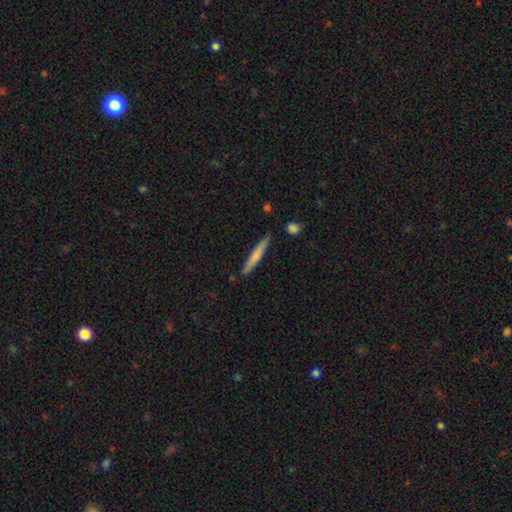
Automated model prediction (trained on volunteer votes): smooth-or-featured: smooth: 63% | featured or disk: 32% | star or artifact: 5%
  how-rounded: cigar-shaped: 95% | in between: 4% | round: 1%
  merging: none: 86% | minor disturbance: 10% | merger: 2% | major disturbance: 2%